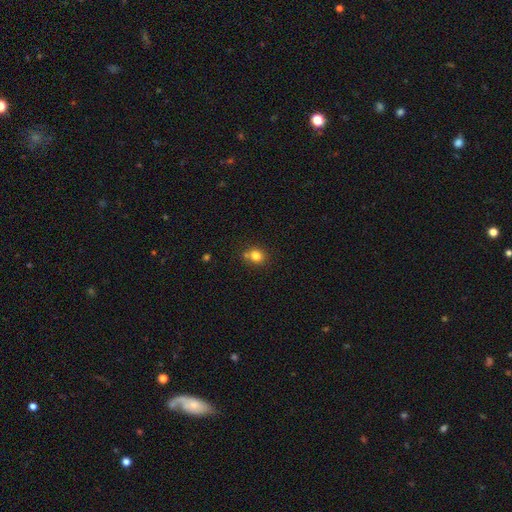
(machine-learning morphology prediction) Smooth or featured?
  - smooth: 80% *
  - star or artifact: 12%
  - featured or disk: 9%
How rounded?
  - round: 66% *
  - in between: 33%
  - cigar-shaped: 1%
Merging?
  - none: 61% *
  - merger: 19%
  - minor disturbance: 16%
  - major disturbance: 4%